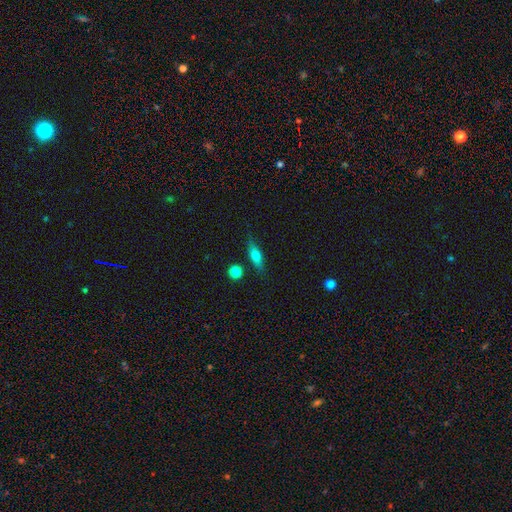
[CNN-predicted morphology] Smooth or featured? smooth (58%)
How rounded? cigar-shaped (51%)
Merging? none (77%)